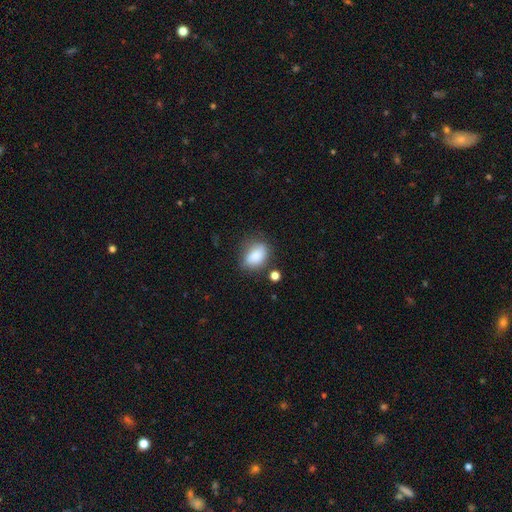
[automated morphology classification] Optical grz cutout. It shows a smooth galaxy with no disk features (82%) that is in between round and cigar-shaped (76%). Merging: none (56%).